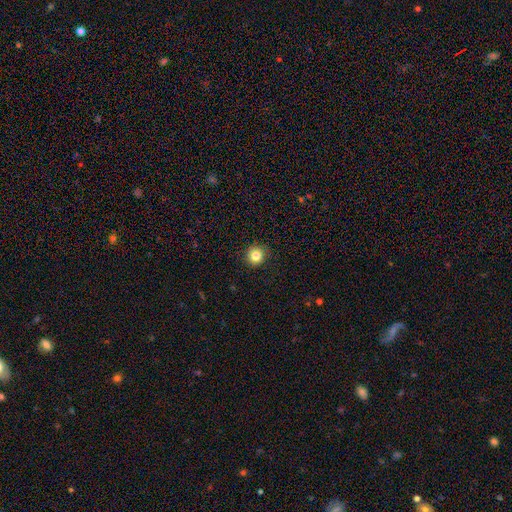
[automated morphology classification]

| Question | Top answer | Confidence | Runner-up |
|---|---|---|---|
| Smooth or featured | smooth | 83% | star or artifact (11%) |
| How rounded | round | 93% | in between (6%) |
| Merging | none | 91% | minor disturbance (6%) |